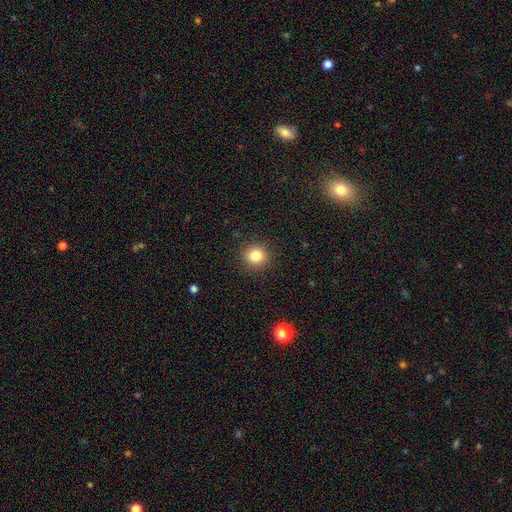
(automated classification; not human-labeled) A smooth galaxy with no disk features (83%) that is round (90%). Merging: none (91%).